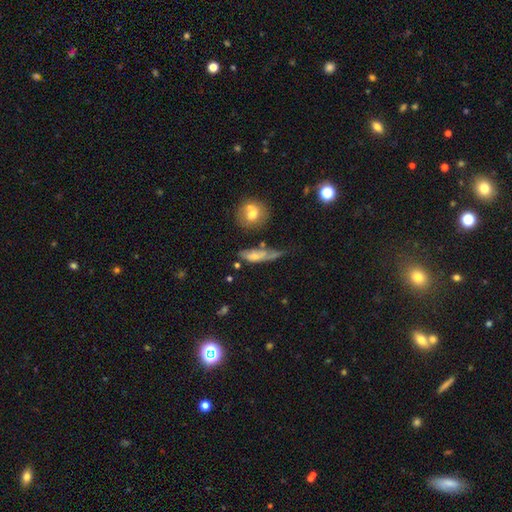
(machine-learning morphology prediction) Overall: smooth (55%; featured or disk 37%). How rounded: in between (51%; cigar-shaped 43%). Merging: none (34%; minor disturbance 31%).